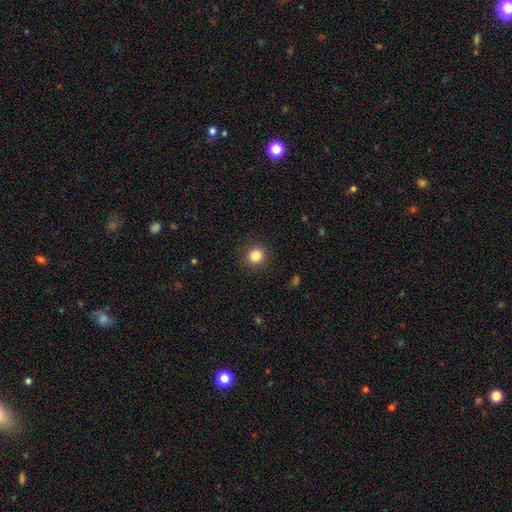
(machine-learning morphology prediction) Overall: smooth (84%). How rounded: round (90%). Merging: none (90%).